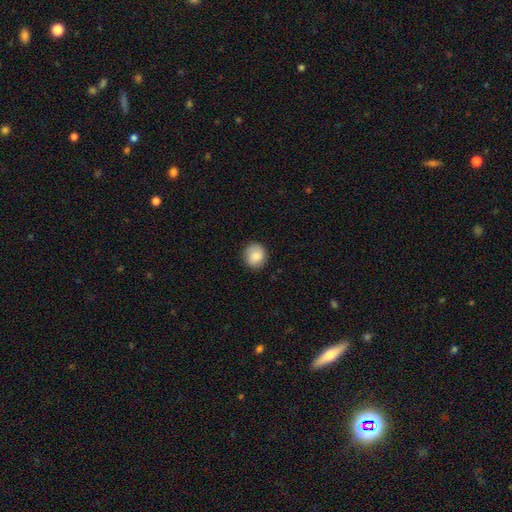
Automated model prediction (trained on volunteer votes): This is clearly a smooth galaxy (84%). How rounded: clearly round (86%). Merging: clearly none (86%).